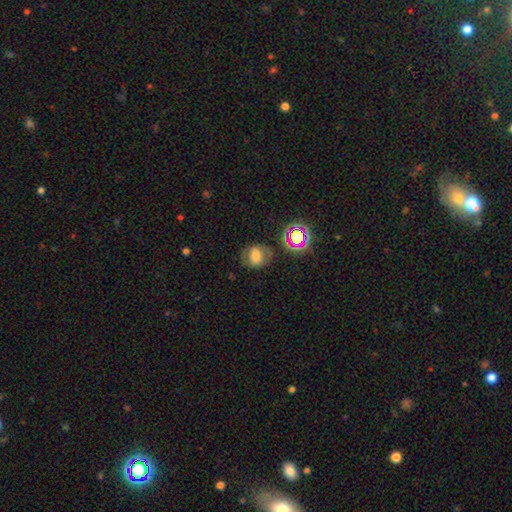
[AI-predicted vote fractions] This is likely a smooth galaxy (61%). How rounded: possibly round (56%). Merging: likely none (68%).